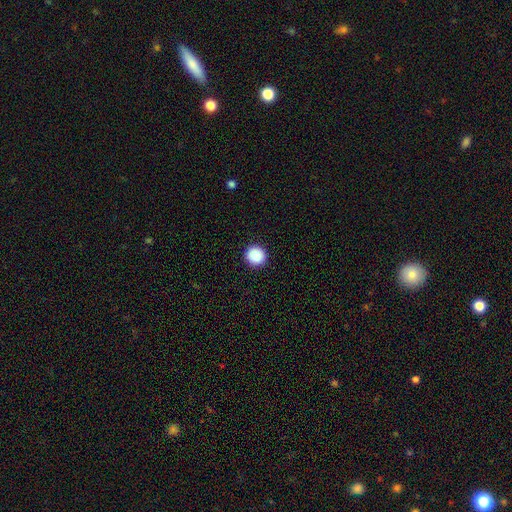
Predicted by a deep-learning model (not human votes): Smooth or featured? Predicted: smooth (p=0.89). How rounded? Predicted: round (p=0.93). Merging? Predicted: none (p=0.92).